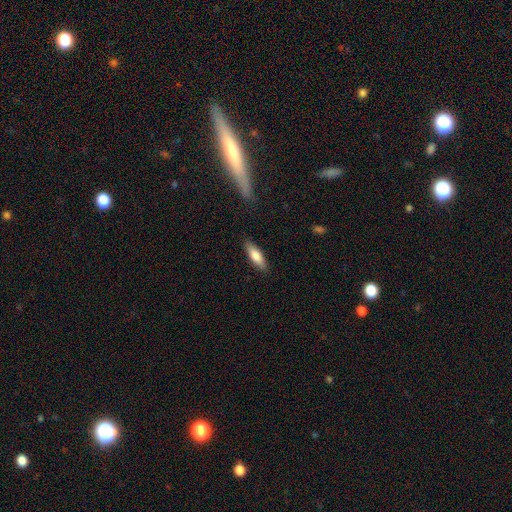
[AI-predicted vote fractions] Smooth or featured? Predicted: smooth (p=0.77). How rounded? Predicted: cigar-shaped (p=0.50). Merging? Predicted: none (p=0.86).